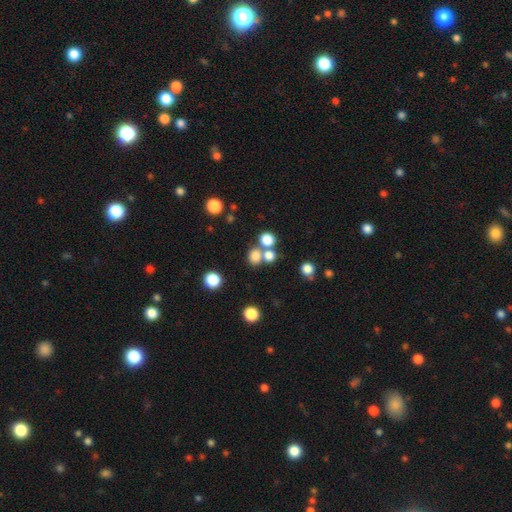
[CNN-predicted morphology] Smooth or featured?
  - smooth: 75% *
  - star or artifact: 16%
  - featured or disk: 9%
How rounded?
  - round: 78% *
  - in between: 21%
  - cigar-shaped: 1%
Merging?
  - none: 52% *
  - merger: 38%
  - minor disturbance: 7%
  - major disturbance: 4%